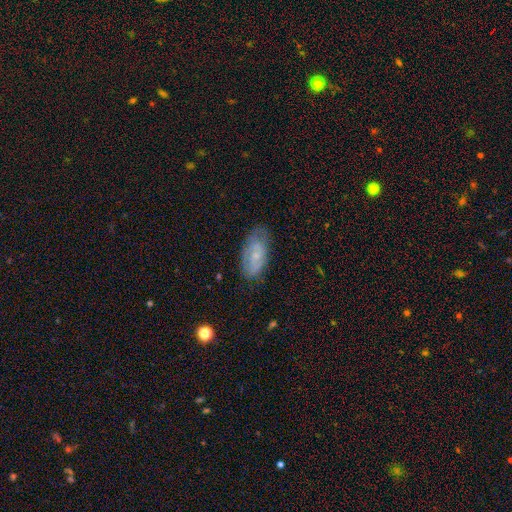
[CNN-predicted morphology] Smooth or featured: smooth — 56% (featured or disk — 37%)
How rounded: in between — 90% (cigar-shaped — 6%)
Merging: none — 64% (minor disturbance — 26%)